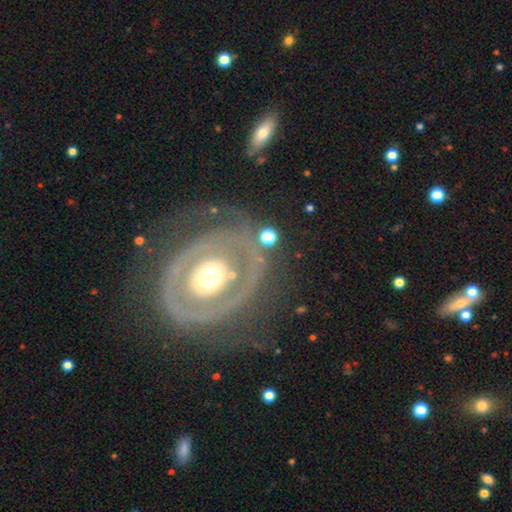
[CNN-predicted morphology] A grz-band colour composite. It shows a featured or disk galaxy (76%) with no bar (86%), no spiral arms (63%) and a moderate central bulge (60%). Merging: none (67%).